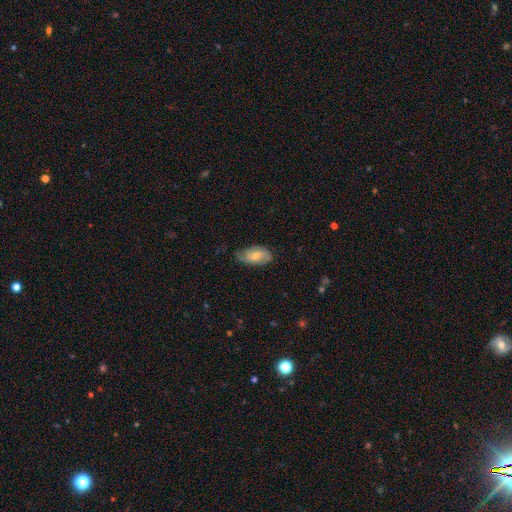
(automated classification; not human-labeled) Morphology: type=smooth (47%); merging=none (62%).